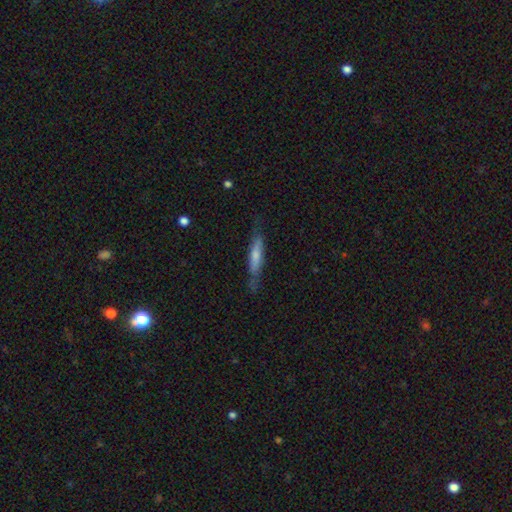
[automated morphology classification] Overall: smooth (58%; featured or disk 36%). How rounded: cigar-shaped (85%). Merging: none (71%).